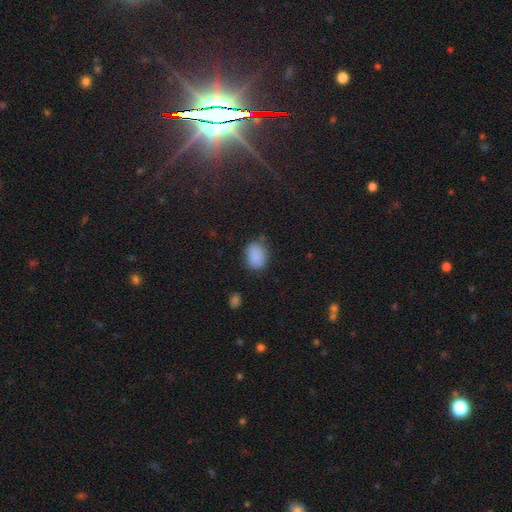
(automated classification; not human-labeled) smooth 87%, star or artifact 9%, featured or disk 5%. Down the decision tree: how rounded — in between (67%); merging — none (75%).